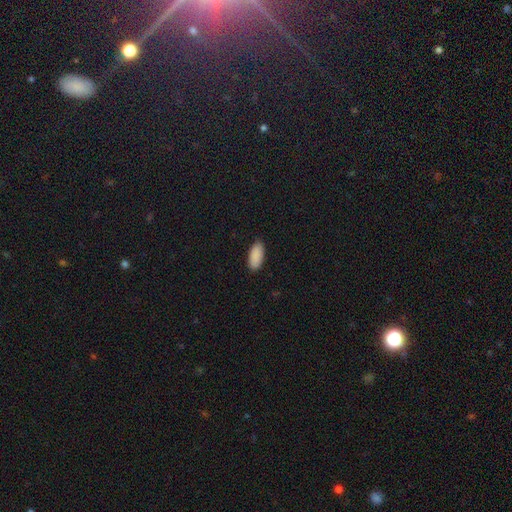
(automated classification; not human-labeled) Smooth or featured?
  - smooth: 91% *
  - star or artifact: 6%
  - featured or disk: 3%
How rounded?
  - in between: 90% *
  - cigar-shaped: 8%
  - round: 2%
Merging?
  - none: 87% *
  - minor disturbance: 10%
  - major disturbance: 2%
  - merger: 1%